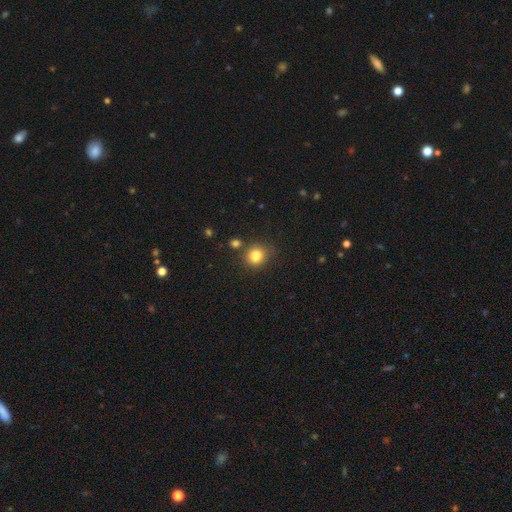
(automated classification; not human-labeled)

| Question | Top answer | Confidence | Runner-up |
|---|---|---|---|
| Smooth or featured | smooth | 83% | star or artifact (11%) |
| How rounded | round | 81% | in between (18%) |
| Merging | none | 76% | minor disturbance (12%) |